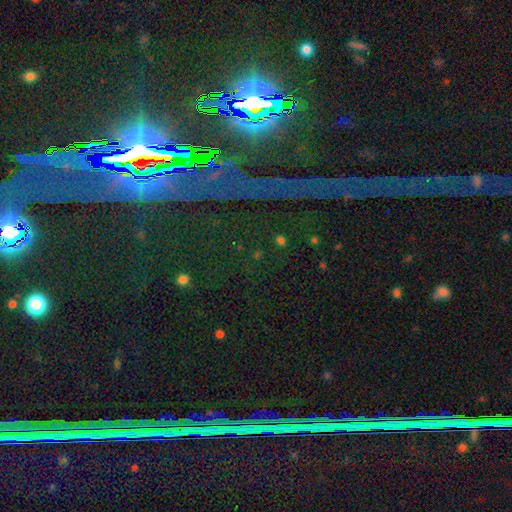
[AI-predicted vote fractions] A star or artifact, not a galaxy (80%).